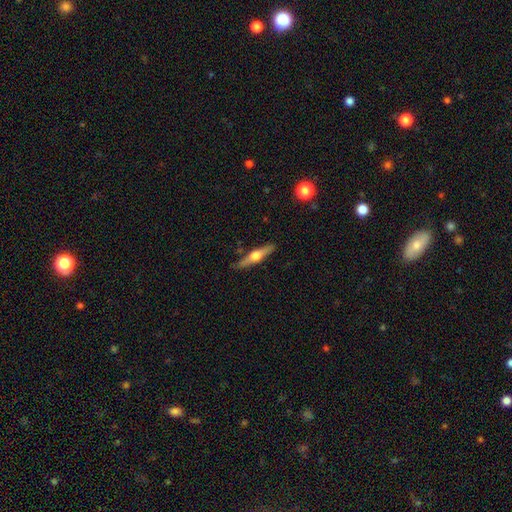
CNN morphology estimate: Q: Smooth or featured?
A: featured or disk (65%); runner-up: smooth (30%)
Q: Edge-on disk?
A: yes (96%); runner-up: no (4%)
Q: Edge-on bulge?
A: rounded (94%); runner-up: boxy (3%)
Q: Merging?
A: none (86%); runner-up: minor disturbance (10%)